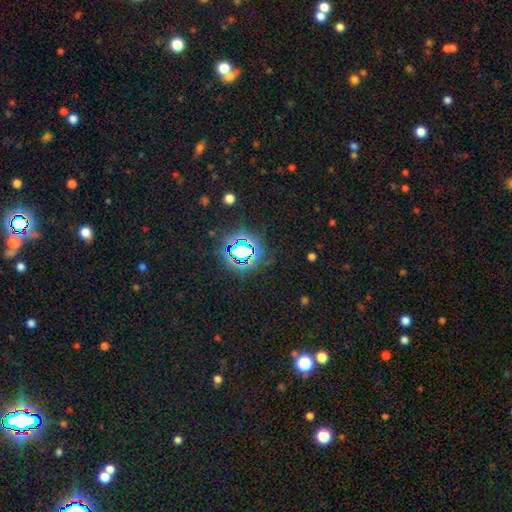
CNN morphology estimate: star or artifact 79%, smooth 14%, featured or disk 8%.